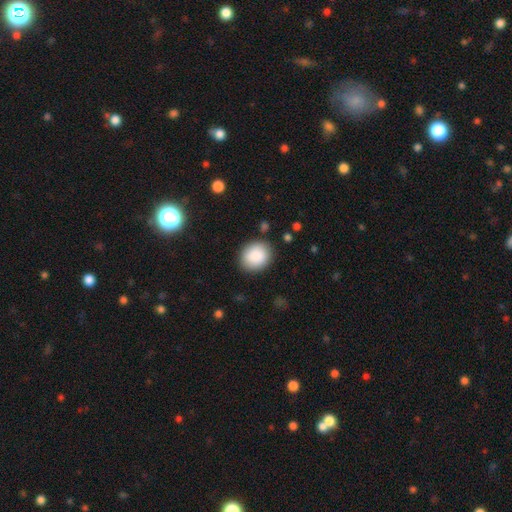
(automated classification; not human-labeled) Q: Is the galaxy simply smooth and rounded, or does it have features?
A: smooth — 89%.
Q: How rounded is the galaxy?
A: round — 64%.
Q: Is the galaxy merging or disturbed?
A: none — 86%.